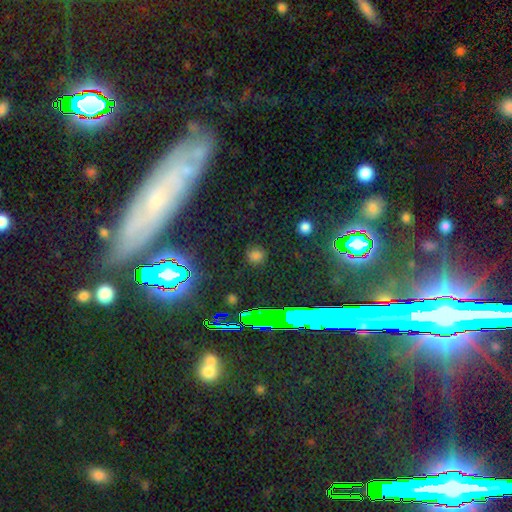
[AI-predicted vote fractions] This is likely a smooth galaxy (63%). How rounded: clearly round (91%). Merging: clearly none (88%).